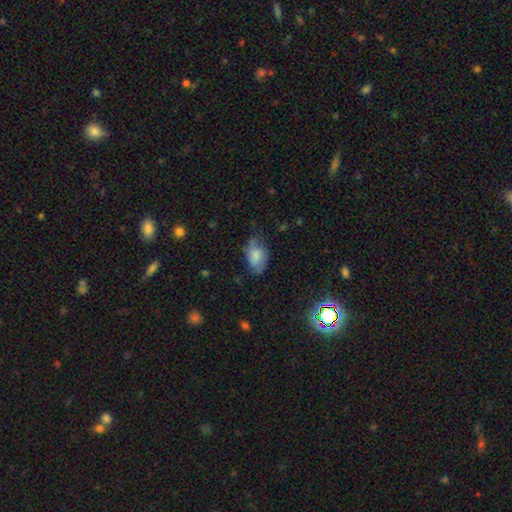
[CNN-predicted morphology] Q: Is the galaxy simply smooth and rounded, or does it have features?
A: smooth — 65%.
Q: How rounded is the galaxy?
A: in between — 90%.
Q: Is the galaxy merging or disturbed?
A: none — 53%.